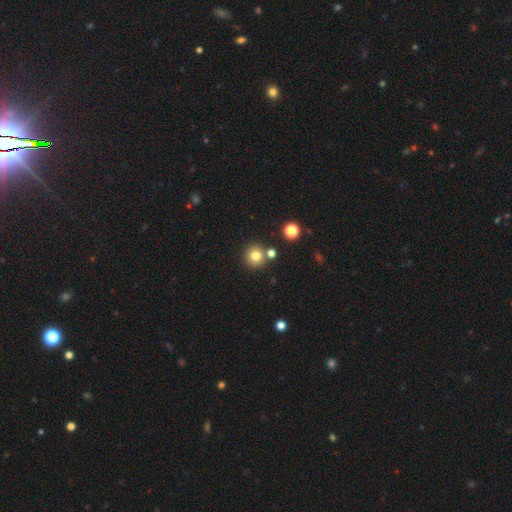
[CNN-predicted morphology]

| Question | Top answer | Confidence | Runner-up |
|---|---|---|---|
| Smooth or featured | smooth | 79% | star or artifact (14%) |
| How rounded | round | 94% | in between (5%) |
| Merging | none | 80% | merger (11%) |